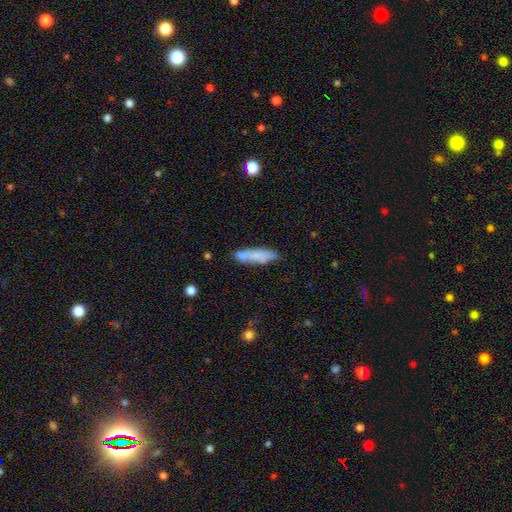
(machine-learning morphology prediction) Overall: smooth (74%). How rounded: cigar-shaped (82%). Merging: none (76%).